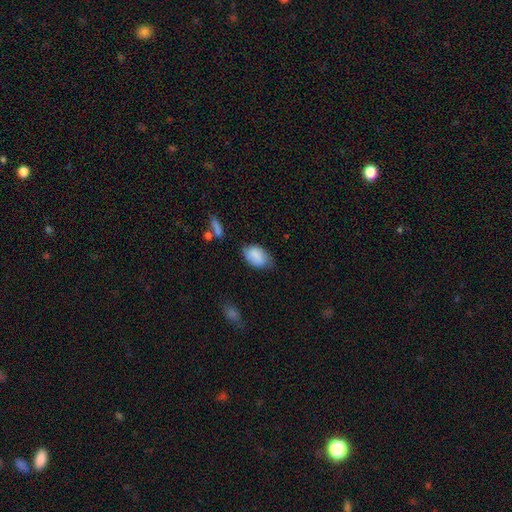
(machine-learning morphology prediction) This is clearly a smooth galaxy (83%). How rounded: clearly in between (89%). Merging: likely none (60%).